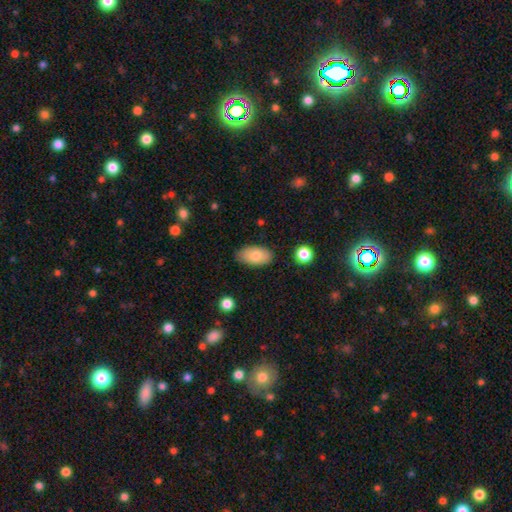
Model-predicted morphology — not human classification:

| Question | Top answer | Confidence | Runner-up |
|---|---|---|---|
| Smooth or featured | smooth | 77% | featured or disk (16%) |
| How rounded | in between | 94% | round (4%) |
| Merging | none | 80% | minor disturbance (15%) |